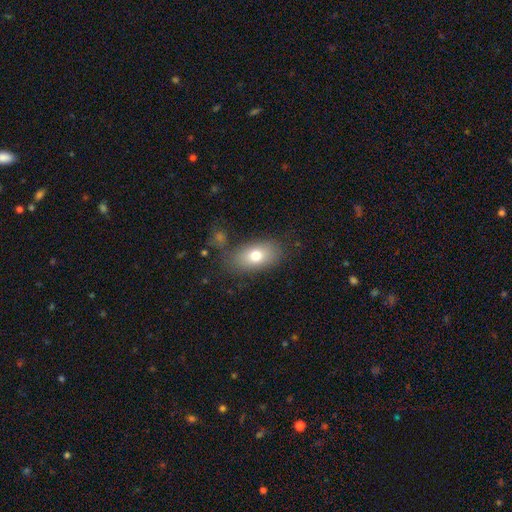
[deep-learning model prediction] This is likely a smooth galaxy (75%). How rounded: clearly in between (88%). Merging: likely none (74%).